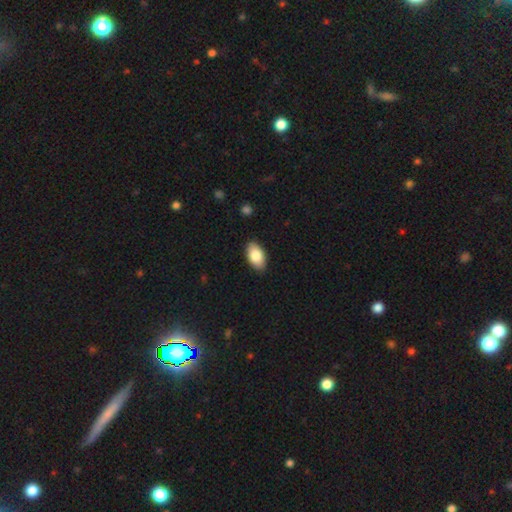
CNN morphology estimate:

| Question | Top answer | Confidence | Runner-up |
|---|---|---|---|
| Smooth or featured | smooth | 84% | featured or disk (10%) |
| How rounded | in between | 95% | round (4%) |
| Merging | none | 88% | minor disturbance (9%) |